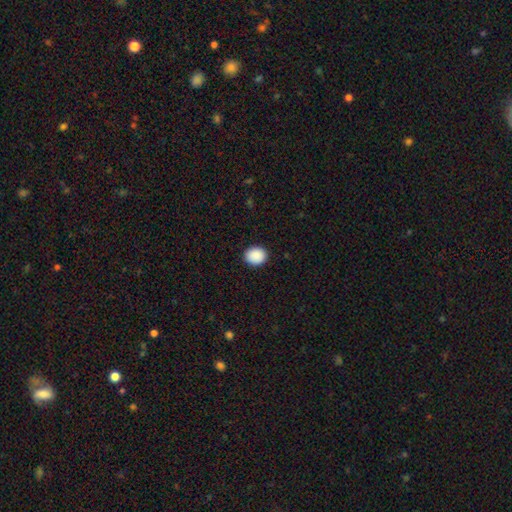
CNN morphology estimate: smooth-or-featured: smooth: 90% | star or artifact: 7% | featured or disk: 2%
  how-rounded: round: 62% | in between: 38% | cigar-shaped: 1%
  merging: none: 91% | minor disturbance: 6% | major disturbance: 2% | merger: 1%